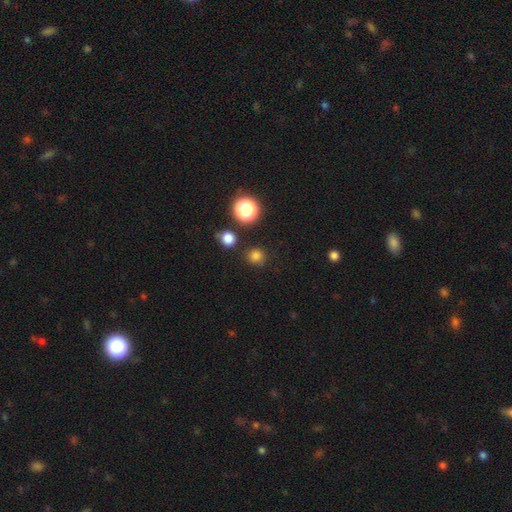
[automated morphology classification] smooth_or_featured: smooth (p=0.77) [alt: star or artifact p=0.19]
how_rounded: round (p=0.90) [alt: in between p=0.09]
merging: none (p=0.84) [alt: minor disturbance p=0.09]